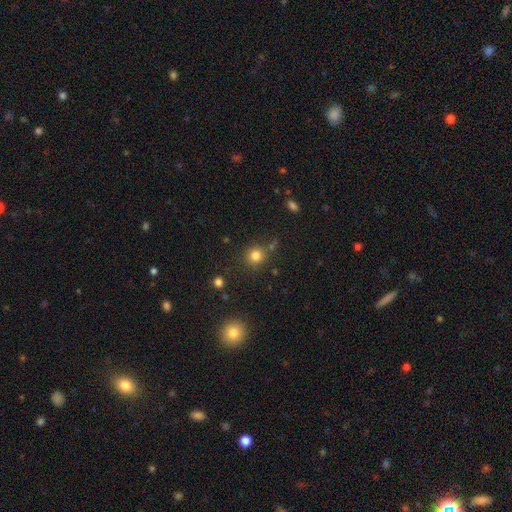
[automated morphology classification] smooth 81%, star or artifact 14%, featured or disk 6%. Down the decision tree: how rounded — round (89%); merging — none (79%).